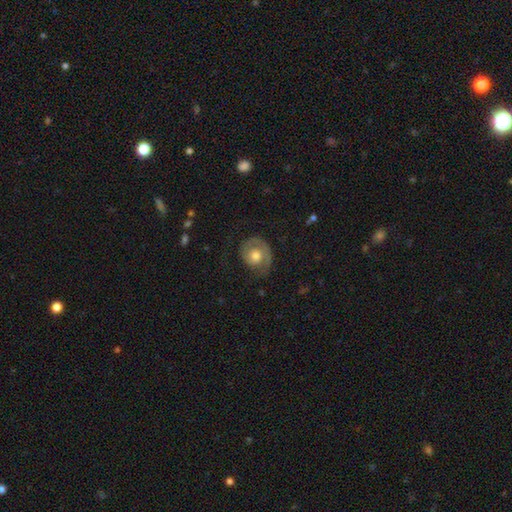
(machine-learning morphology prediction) This is possibly a featured or disk galaxy (57%). It is clearly not viewed edge-on (97%). Bar: clearly no (82%). Spiral arm pattern: clearly yes (80%). Central bulge: likely moderate (66%). Merging: possibly none (57%).